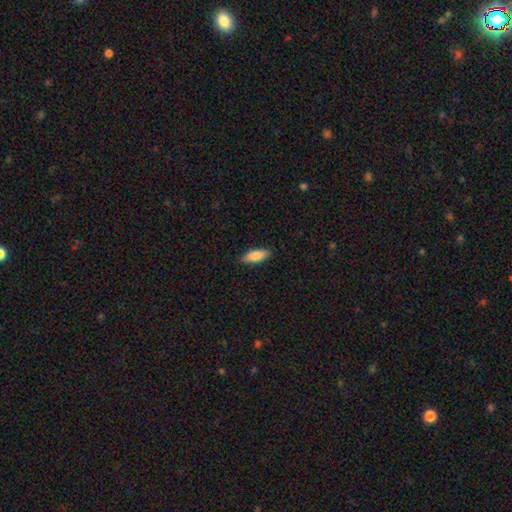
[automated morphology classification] A smooth galaxy with no disk features (86%) that is in between round and cigar-shaped (70%).

Vote fractions:
- Smooth or featured? smooth: 86% / featured or disk: 8% / star or artifact: 6%
- How rounded? in between: 70% / cigar-shaped: 28% / round: 2%
- Merging? none: 88% / minor disturbance: 10% / major disturbance: 2% / merger: 1%